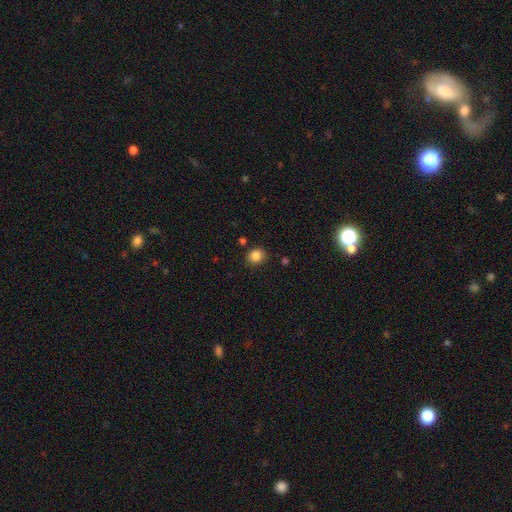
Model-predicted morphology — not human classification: Smooth or featured: smooth — 85% (star or artifact — 11%)
How rounded: round — 69% (in between — 30%)
Merging: none — 83% (minor disturbance — 11%)